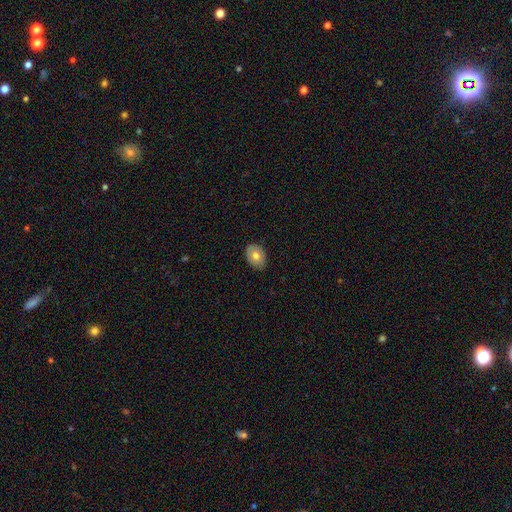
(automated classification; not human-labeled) smooth-or-featured: smooth: 70% | featured or disk: 22% | star or artifact: 7%
  how-rounded: in between: 74% | round: 25% | cigar-shaped: 1%
  merging: none: 83% | minor disturbance: 14% | major disturbance: 2% | merger: 1%